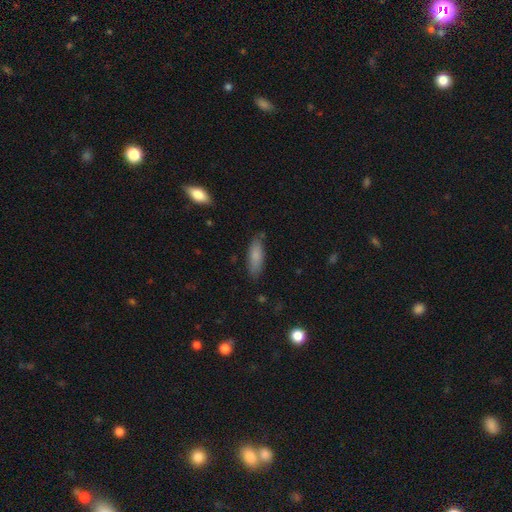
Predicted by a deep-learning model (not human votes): Smooth or featured?
  - smooth: 81% *
  - featured or disk: 12%
  - star or artifact: 6%
How rounded?
  - in between: 56% *
  - cigar-shaped: 42%
  - round: 2%
Merging?
  - none: 80% *
  - minor disturbance: 15%
  - major disturbance: 3%
  - merger: 2%